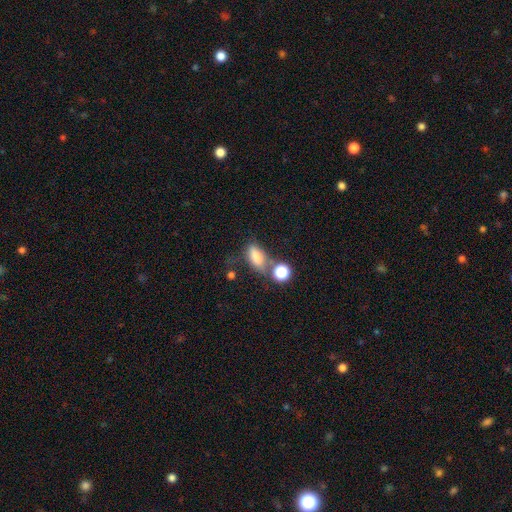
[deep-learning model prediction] Smooth or featured? smooth (77%)
How rounded? in between (80%)
Merging? none (41%)